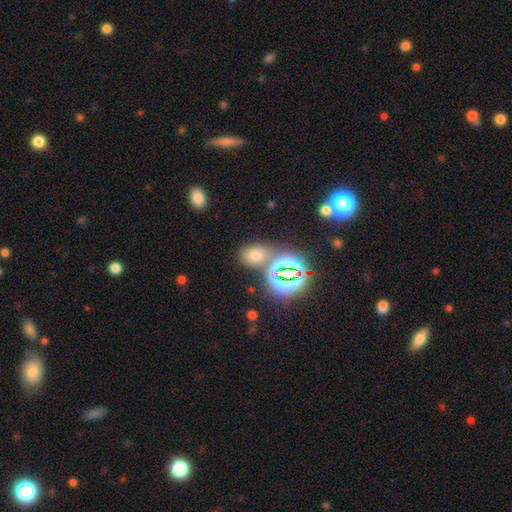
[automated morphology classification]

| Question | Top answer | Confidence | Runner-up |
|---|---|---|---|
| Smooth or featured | smooth | 57% | star or artifact (35%) |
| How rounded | in between | 65% | round (33%) |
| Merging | none | 66% | merger (17%) |